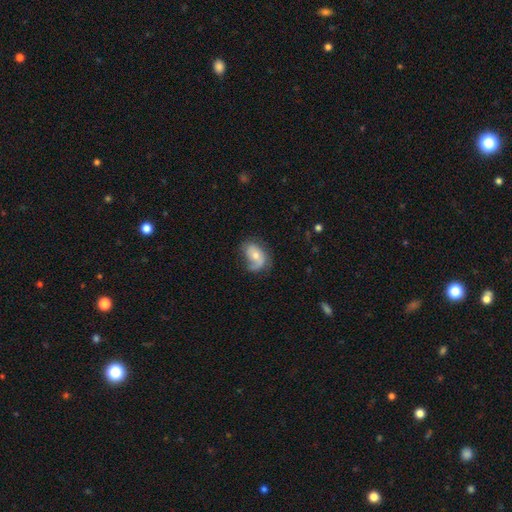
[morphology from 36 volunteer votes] Volunteers were most divided on "merging": none: 47%, major disturbance: 28%, minor disturbance: 25%, merger: 0%. More confident: edge-on disk — no (100%); spiral arms — yes (82%); bar — no (79%); spiral arm count — 1 (78%); smooth or featured — featured or disk (78%); bulge size — moderate (68%); spiral winding — loose (52%).